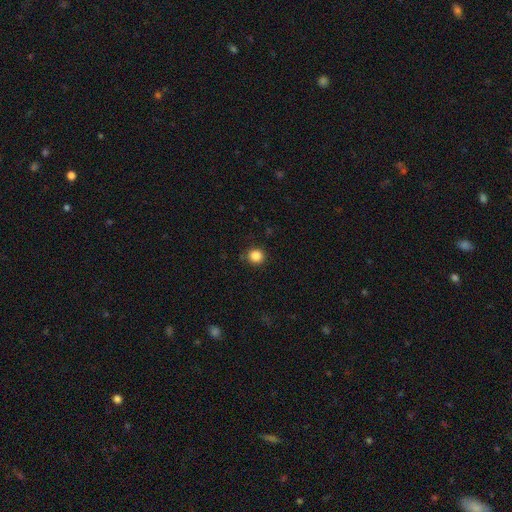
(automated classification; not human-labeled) smooth_or_featured: smooth (p=0.86) [alt: star or artifact p=0.11]
how_rounded: round (p=0.91) [alt: in between p=0.08]
merging: none (p=0.88) [alt: minor disturbance p=0.08]